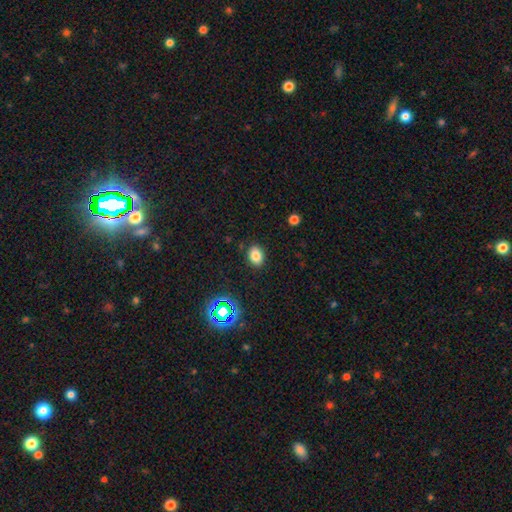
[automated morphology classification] This is likely a smooth galaxy (79%). How rounded: likely in between (72%). Merging: clearly none (87%).